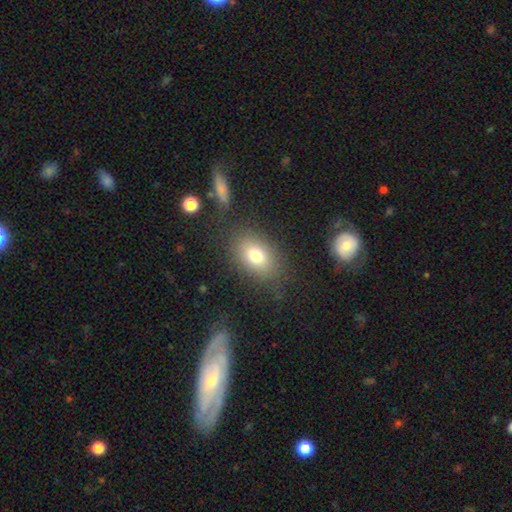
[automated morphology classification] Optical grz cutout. It shows a smooth galaxy with no disk features (74%) that is in between round and cigar-shaped (77%). Merging: none (79%).